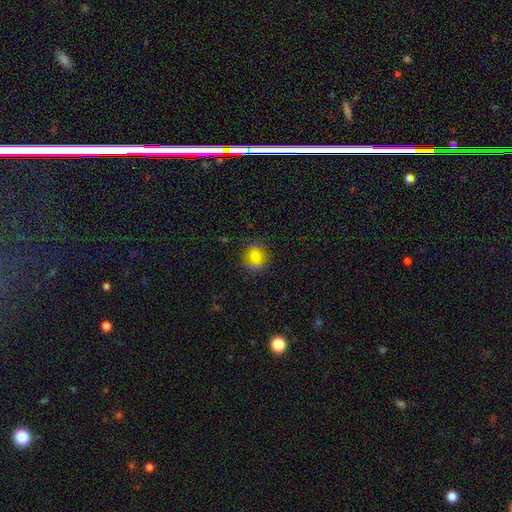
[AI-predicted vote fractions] Smooth or featured? Predicted: smooth (p=0.70). How rounded? Predicted: round (p=0.84). Merging? Predicted: none (p=0.78).